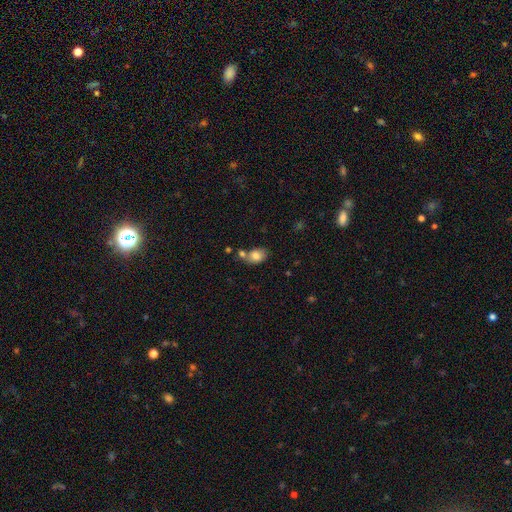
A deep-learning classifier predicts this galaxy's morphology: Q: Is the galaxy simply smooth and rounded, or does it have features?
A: smooth — 81%.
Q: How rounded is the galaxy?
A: in between — 76%.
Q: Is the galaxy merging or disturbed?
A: none — 48%.